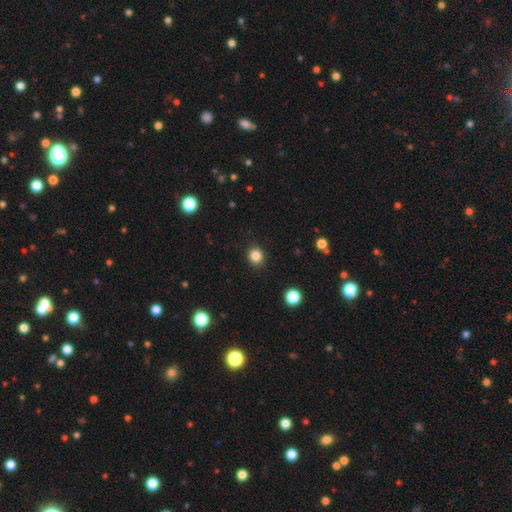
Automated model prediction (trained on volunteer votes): The model was most divided on "how rounded": round: 80%, in between: 20%, cigar-shaped: 1%. More confident: merging — none (90%); smooth or featured — smooth (84%).